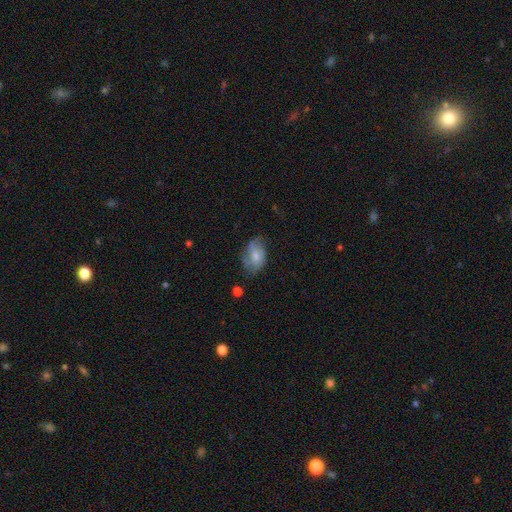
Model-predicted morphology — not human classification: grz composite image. It shows a smooth galaxy with no disk features (49%). Merging: none (52%).